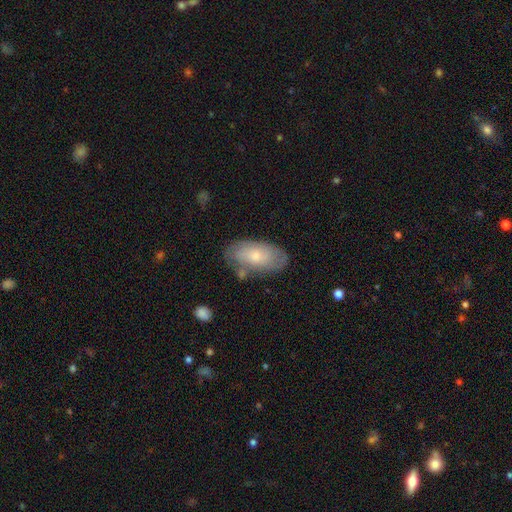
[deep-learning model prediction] smooth_or_featured: smooth (p=0.58) [alt: featured or disk p=0.35]
how_rounded: in between (p=0.93) [alt: round p=0.04]
merging: none (p=0.68) [alt: minor disturbance p=0.22]